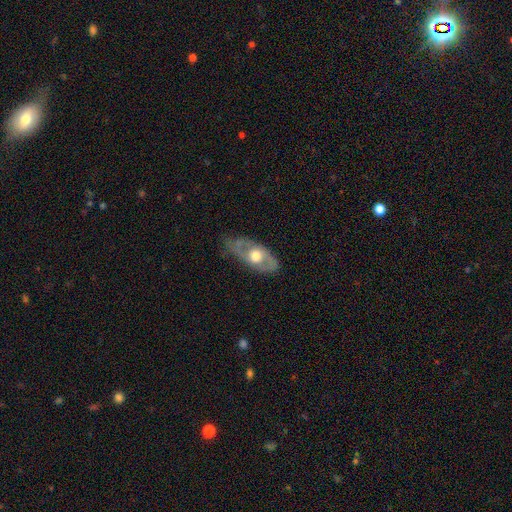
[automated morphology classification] Smooth or featured: featured or disk — 62% (smooth — 33%)
Edge-on disk: no — 81% (yes — 19%)
Bar: no — 79% (weak — 17%)
Spiral arms: no — 52% (yes — 48%)
Bulge size: moderate — 68% (large — 23%)
Merging: none — 65% (minor disturbance — 25%)